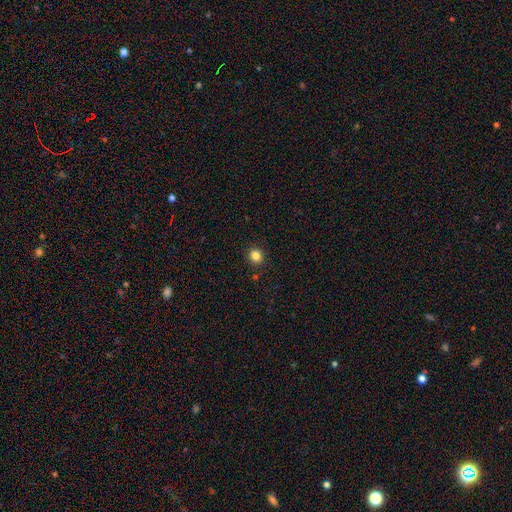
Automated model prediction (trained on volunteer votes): smooth_or_featured: smooth (p=0.83) [alt: star or artifact p=0.12]
how_rounded: round (p=0.85) [alt: in between p=0.14]
merging: none (p=0.91) [alt: minor disturbance p=0.06]